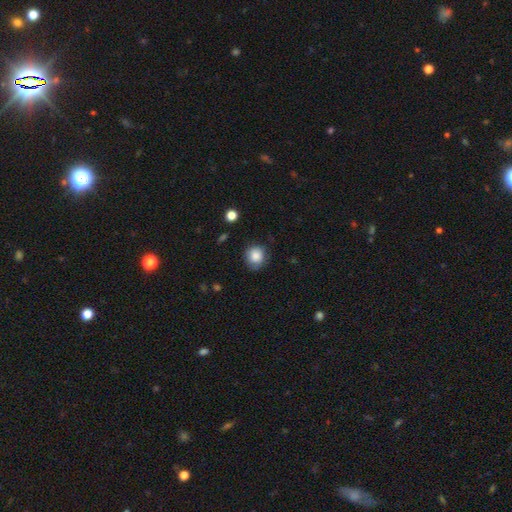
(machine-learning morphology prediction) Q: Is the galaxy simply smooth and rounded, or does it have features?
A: smooth — 85%.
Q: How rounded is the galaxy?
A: round — 78%.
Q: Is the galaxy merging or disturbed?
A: none — 72%.